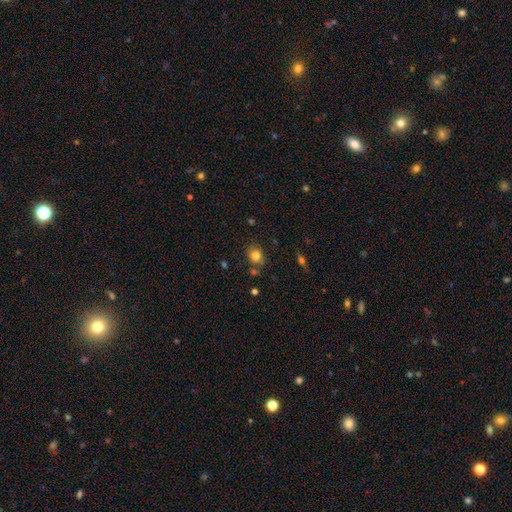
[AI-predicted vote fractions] Overall: smooth (80%). How rounded: round (67%; in between 32%). Merging: none (76%).